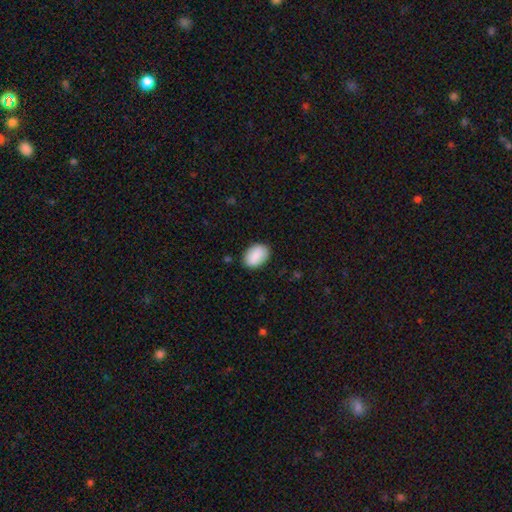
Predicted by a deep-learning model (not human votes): This appears to be a smooth galaxy with no disk features (86%) that is in between round and cigar-shaped (87%). Merging: none (85%).